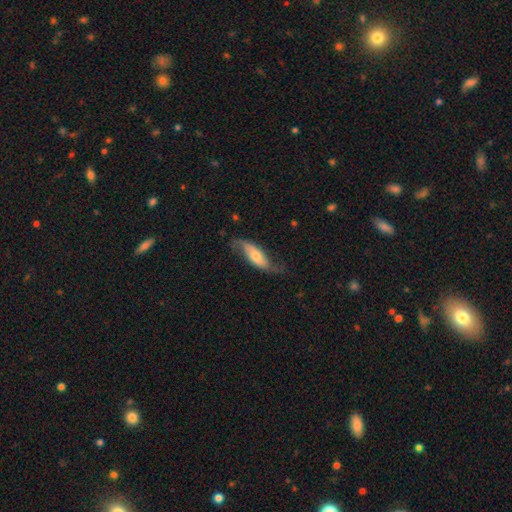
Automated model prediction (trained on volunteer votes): A featured or disk galaxy (72%) with no bar (54%), 2 (90%) loose (81%) spiral arms (91%) and a moderate central bulge (50%).

Vote fractions:
- Smooth or featured? featured or disk: 72% / smooth: 22% / star or artifact: 6%
- Edge-on disk? no: 84% / yes: 16%
- Bar? no: 54% / weak: 28% / strong: 18%
- Spiral arms? yes: 91% / no: 9%
- Spiral winding? loose: 81% / medium: 14% / tight: 5%
- Spiral arm count? 2: 90% / can't tell: 4% / 1: 4% / 3: 1% / 4: 1% / more than 4: 1%
- Bulge size? moderate: 50% / small: 41% / large: 5% / none: 2% / dominant: 2%
- Merging? none: 67% / minor disturbance: 21% / major disturbance: 10% / merger: 2%